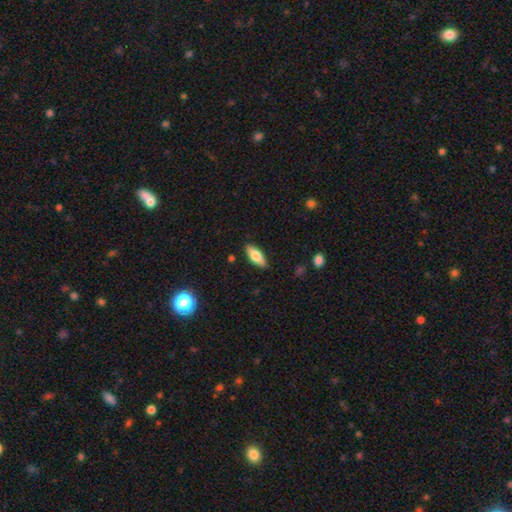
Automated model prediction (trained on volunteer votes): smooth_or_featured: smooth (p=0.72) [alt: featured or disk p=0.21]
how_rounded: in between (p=0.76) [alt: cigar-shaped p=0.22]
merging: none (p=0.87) [alt: minor disturbance p=0.10]